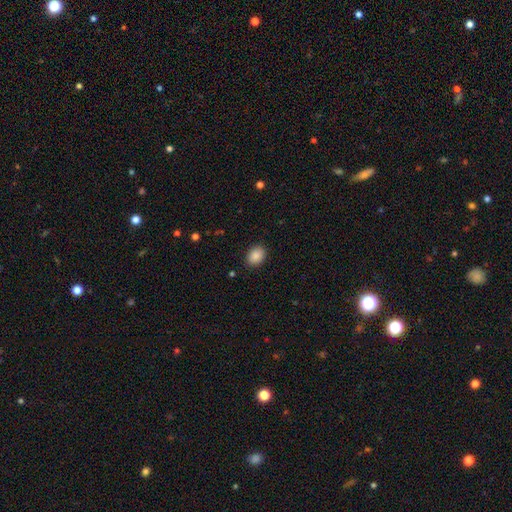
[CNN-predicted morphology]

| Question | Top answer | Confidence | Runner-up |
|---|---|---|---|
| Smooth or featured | smooth | 89% | star or artifact (8%) |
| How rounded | in between | 65% | round (34%) |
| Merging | none | 89% | minor disturbance (8%) |